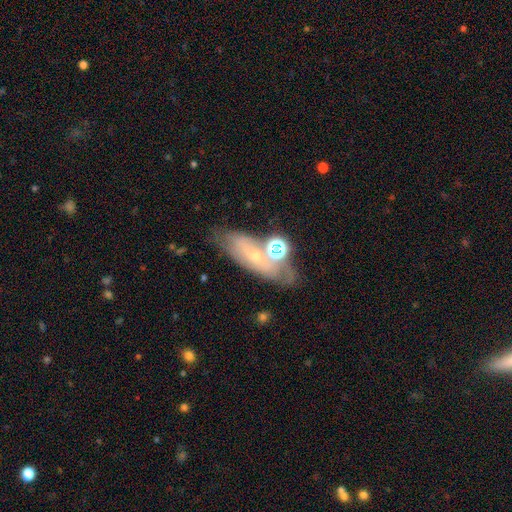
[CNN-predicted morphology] Smooth or featured? featured or disk (54%)
Edge-on disk? no (79%)
Merging? none (51%)